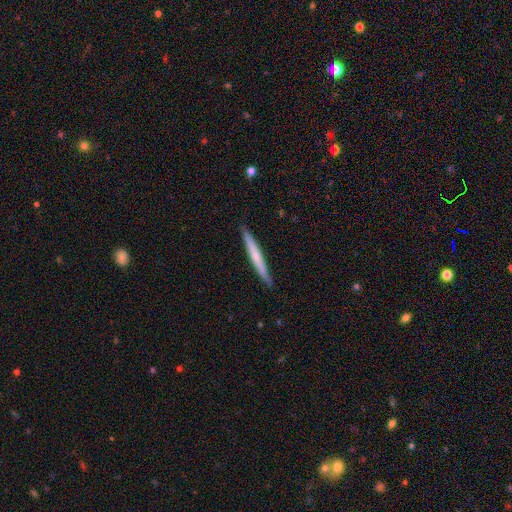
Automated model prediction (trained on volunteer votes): Overall: smooth (56%; featured or disk 39%). How rounded: cigar-shaped (97%). Merging: none (90%).